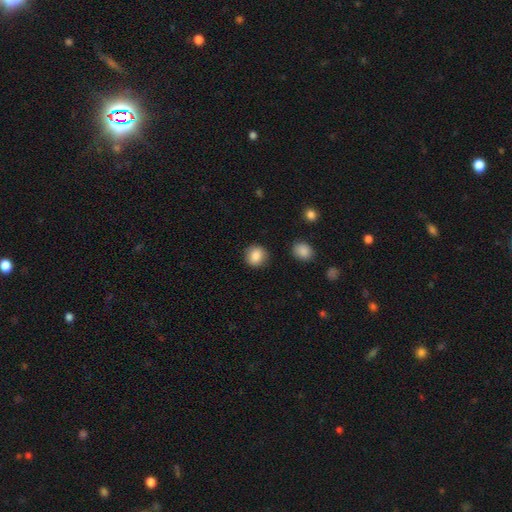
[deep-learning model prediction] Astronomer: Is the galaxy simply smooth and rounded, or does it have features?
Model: smooth — 87%.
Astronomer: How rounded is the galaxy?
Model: round — 86%.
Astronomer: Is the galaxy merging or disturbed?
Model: none — 87%.